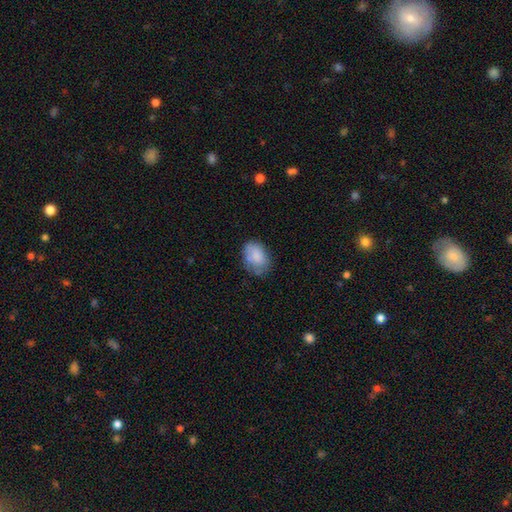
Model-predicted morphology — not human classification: This is likely a smooth galaxy (79%). How rounded: clearly in between (82%). Merging: likely none (63%).